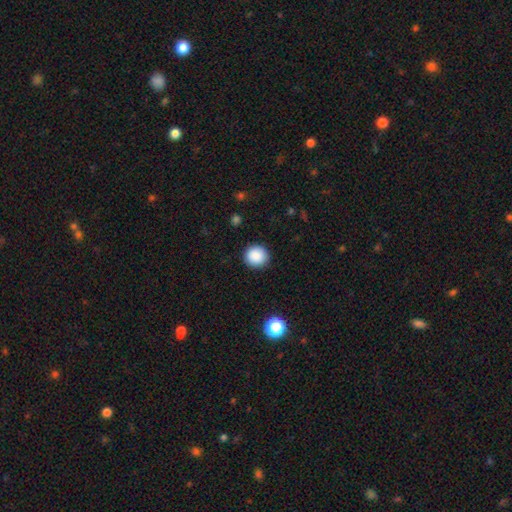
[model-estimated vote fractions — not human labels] This appears to be a smooth galaxy with no disk features (88%) that is round (93%). Merging: none (91%).